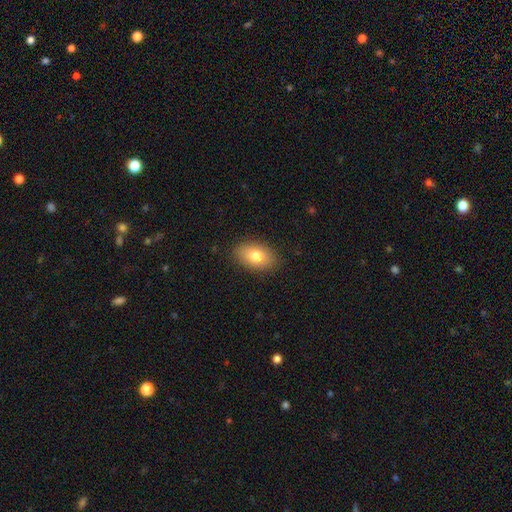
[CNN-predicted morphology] smooth 78%, featured or disk 13%, star or artifact 8%. Down the decision tree: how rounded — in between (88%); merging — none (87%).